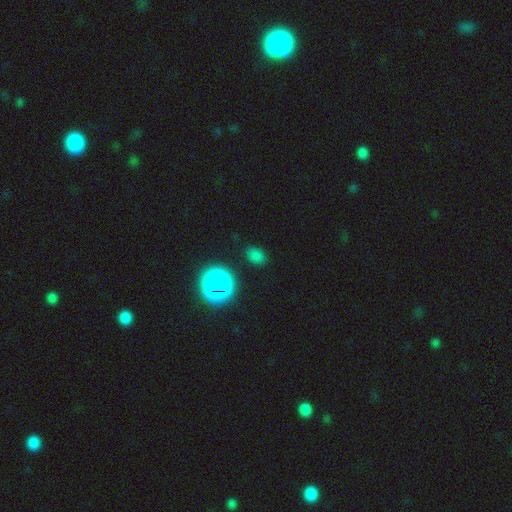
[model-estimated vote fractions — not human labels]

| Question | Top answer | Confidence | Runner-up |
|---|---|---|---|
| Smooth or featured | smooth | 78% | star or artifact (15%) |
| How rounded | in between | 66% | round (32%) |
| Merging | none | 84% | minor disturbance (11%) |